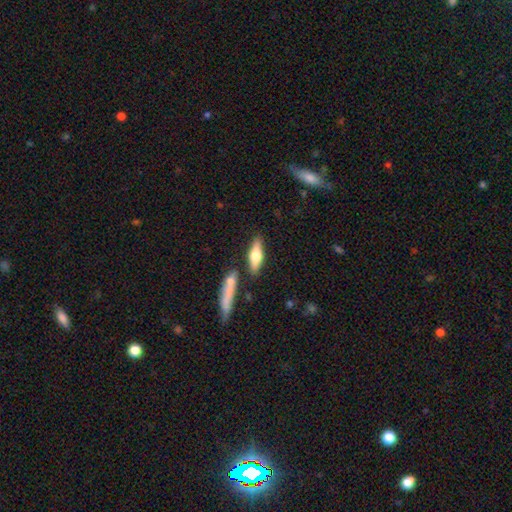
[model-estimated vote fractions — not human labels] Overall: smooth (60%; featured or disk 34%). How rounded: cigar-shaped (50%; in between 47%). Merging: none (76%).